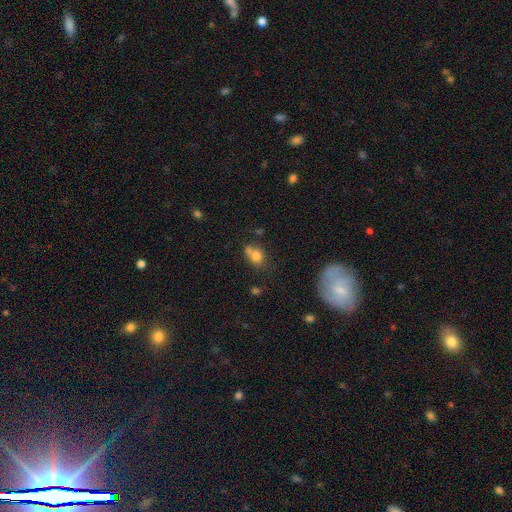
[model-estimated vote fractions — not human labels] A smooth galaxy with no disk features (76%) that is round (58%).

Vote fractions:
- Smooth or featured? smooth: 76% / featured or disk: 12% / star or artifact: 12%
- How rounded? round: 58% / in between: 41% / cigar-shaped: 1%
- Merging? none: 43% / merger: 37% / minor disturbance: 13% / major disturbance: 6%